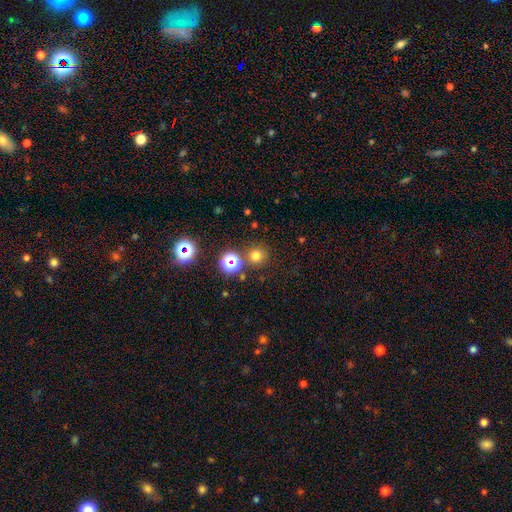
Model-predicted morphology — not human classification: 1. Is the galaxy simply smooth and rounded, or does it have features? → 70% smooth, 23% star or artifact, 6% featured or disk.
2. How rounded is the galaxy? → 93% round, 6% in between, 1% cigar-shaped.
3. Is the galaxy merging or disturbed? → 82% none, 8% merger, 7% minor disturbance, 3% major disturbance.